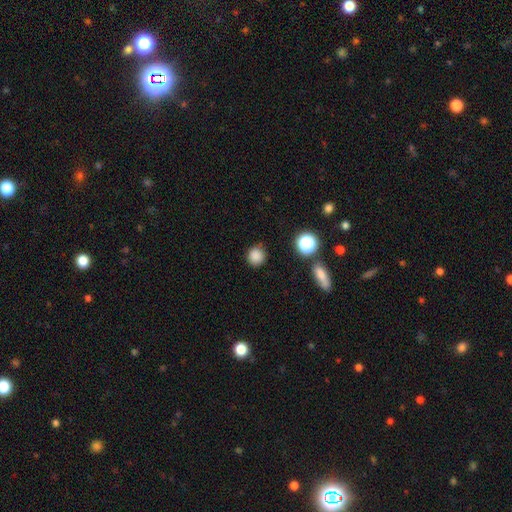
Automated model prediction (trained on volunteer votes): smooth_or_featured: smooth (p=0.84) [alt: star or artifact p=0.12]
how_rounded: round (p=0.90) [alt: in between p=0.09]
merging: none (p=0.87) [alt: minor disturbance p=0.09]